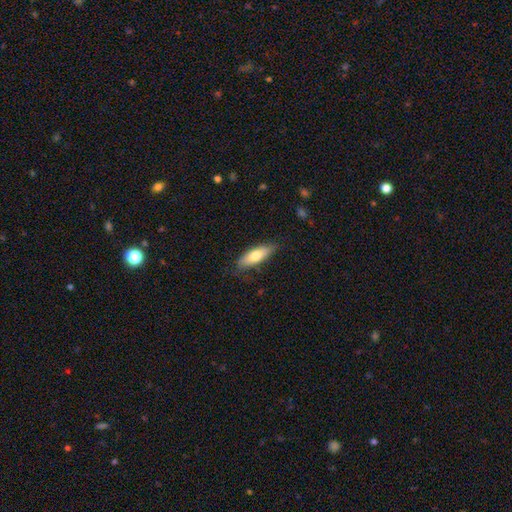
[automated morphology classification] Smooth or featured?
  - smooth: 72% *
  - featured or disk: 23%
  - star or artifact: 6%
How rounded?
  - in between: 61% *
  - cigar-shaped: 36%
  - round: 2%
Merging?
  - none: 77% *
  - minor disturbance: 18%
  - major disturbance: 4%
  - merger: 1%